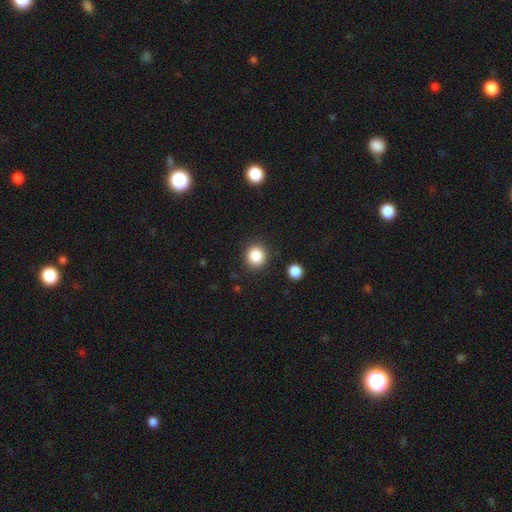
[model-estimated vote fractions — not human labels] Q: Smooth or featured?
A: smooth (86%); runner-up: star or artifact (10%)
Q: How rounded?
A: round (87%); runner-up: in between (12%)
Q: Merging?
A: none (87%); runner-up: minor disturbance (8%)